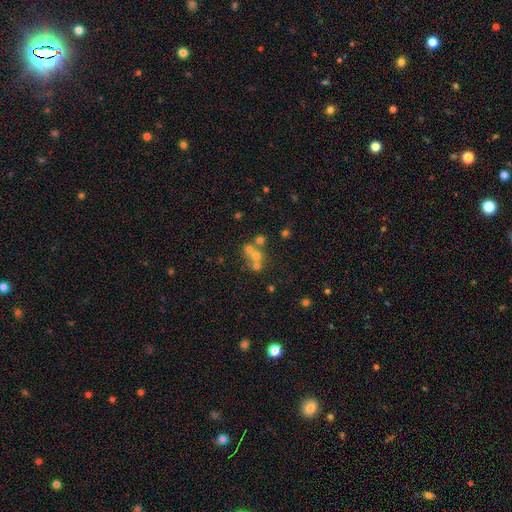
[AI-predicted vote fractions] Overall: smooth (51%; featured or disk 28%). How rounded: round (79%). Merging: merger (52%; none 36%).